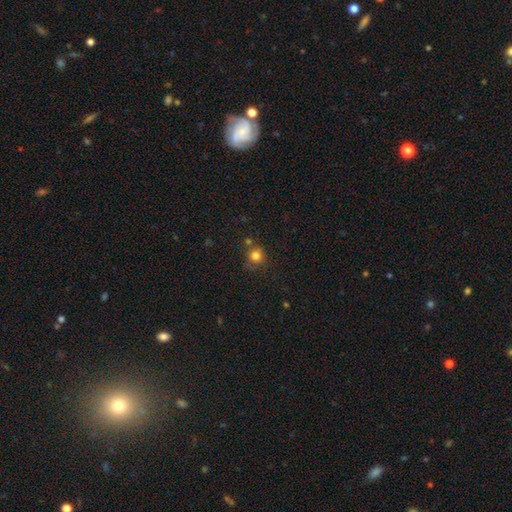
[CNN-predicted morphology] This is likely a smooth galaxy (79%). How rounded: clearly round (89%). Merging: likely none (68%).